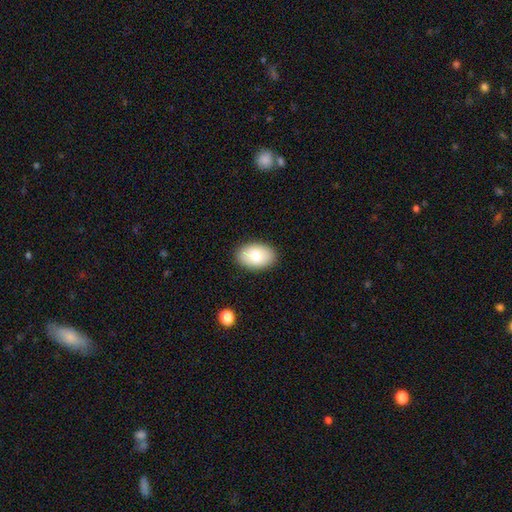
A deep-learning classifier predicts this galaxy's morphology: The model was most divided on "smooth or featured": smooth: 79%, featured or disk: 15%, star or artifact: 7%. More confident: how rounded — in between (89%); merging — none (88%).